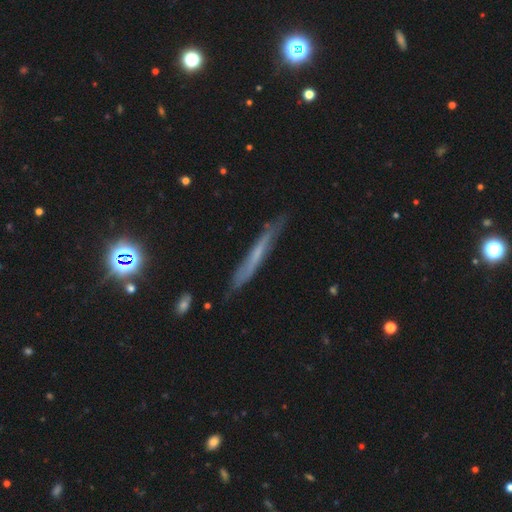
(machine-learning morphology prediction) Smooth or featured: featured or disk — 51% (smooth — 38%)
Edge-on disk: yes — 84% (no — 16%)
Merging: none — 76% (minor disturbance — 18%)